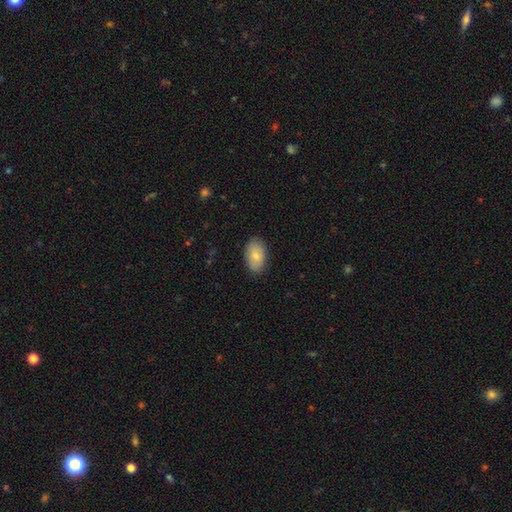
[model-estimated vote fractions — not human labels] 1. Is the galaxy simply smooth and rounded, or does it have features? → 79% smooth, 15% featured or disk, 7% star or artifact.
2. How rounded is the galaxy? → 92% in between, 7% round, 1% cigar-shaped.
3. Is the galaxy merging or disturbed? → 85% none, 12% minor disturbance, 2% major disturbance, 1% merger.